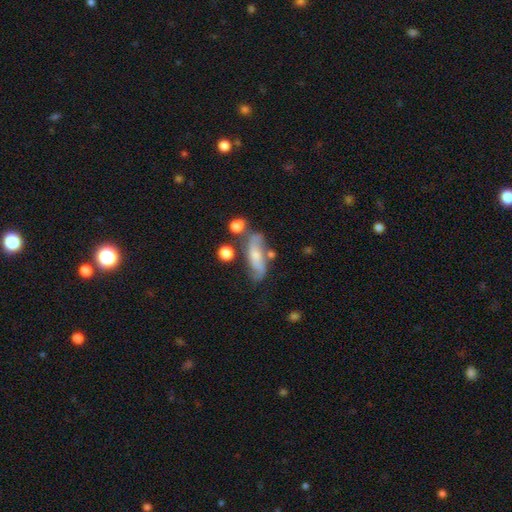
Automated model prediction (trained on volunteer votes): smooth-or-featured: featured or disk: 60% | smooth: 32% | star or artifact: 8%
  disk-edge-on: no: 85% | yes: 15%
    bar: no: 56% | weak: 31% | strong: 13%
    has-spiral-arms: yes: 86% | no: 14%
    bulge-size: small: 45% | moderate: 40% | none: 8% | large: 5% | dominant: 2%
  merging: none: 53% | minor disturbance: 22% | merger: 14% | major disturbance: 11%